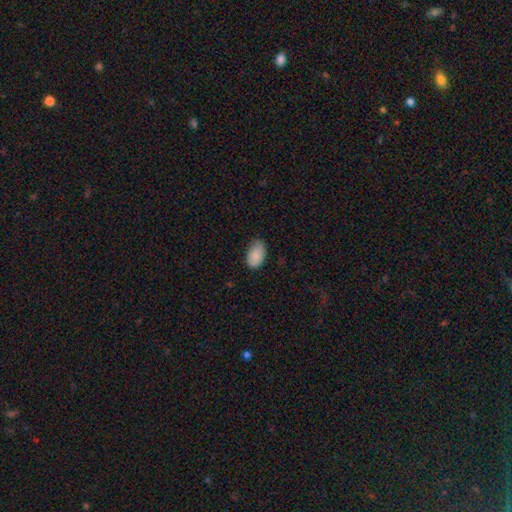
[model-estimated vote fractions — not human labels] Q: Smooth or featured?
A: smooth (89%); runner-up: star or artifact (6%)
Q: How rounded?
A: in between (94%); runner-up: round (5%)
Q: Merging?
A: none (73%); runner-up: minor disturbance (23%)